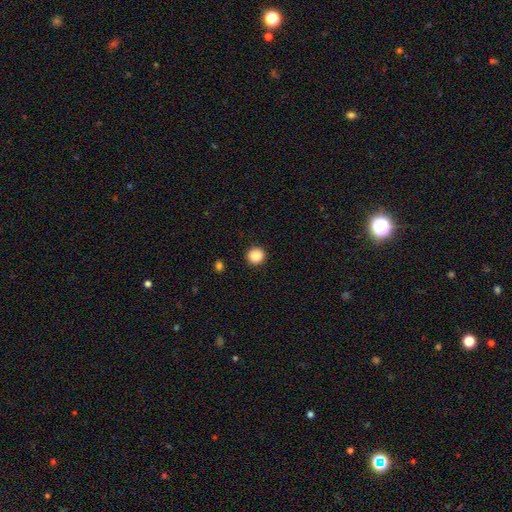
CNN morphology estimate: Smooth or featured? smooth (89%)
How rounded? round (94%)
Merging? none (93%)